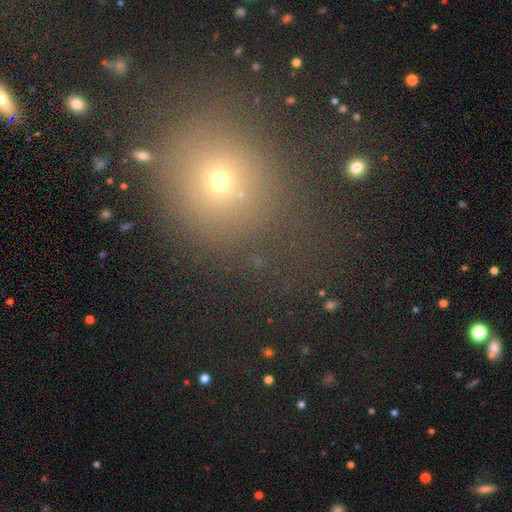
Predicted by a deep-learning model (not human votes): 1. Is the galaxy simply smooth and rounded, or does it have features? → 54% smooth, 36% star or artifact, 9% featured or disk.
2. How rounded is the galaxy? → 80% round, 19% in between, 2% cigar-shaped.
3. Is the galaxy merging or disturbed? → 78% none, 11% minor disturbance, 7% major disturbance, 4% merger.